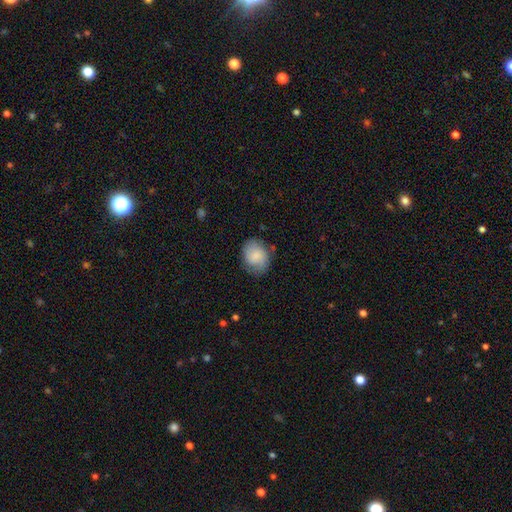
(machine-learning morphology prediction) This is likely a smooth galaxy (74%). How rounded: possibly in between (50%). Merging: likely none (70%).